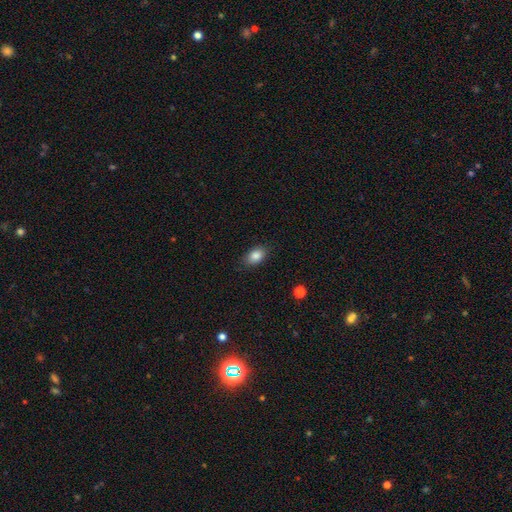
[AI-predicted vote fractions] smooth 86%, star or artifact 8%, featured or disk 6%. Down the decision tree: how rounded — in between (84%); merging — none (84%).